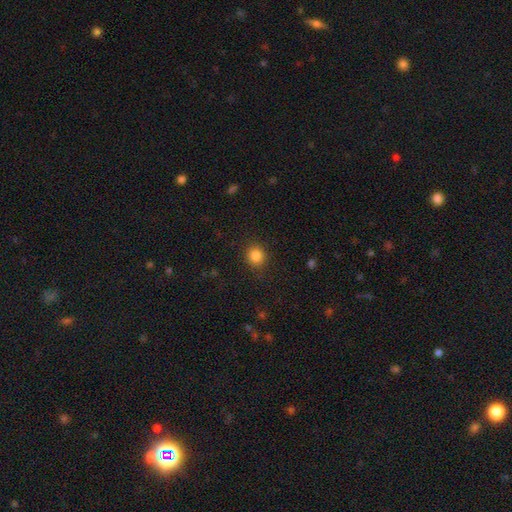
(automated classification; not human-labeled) Q: Smooth or featured?
A: smooth (85%); runner-up: star or artifact (11%)
Q: How rounded?
A: round (86%); runner-up: in between (13%)
Q: Merging?
A: none (88%); runner-up: minor disturbance (8%)